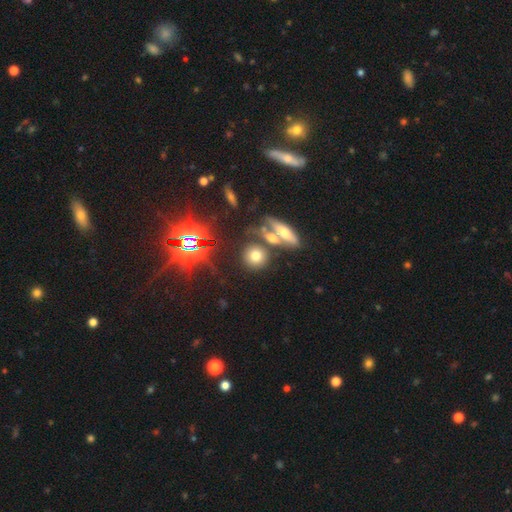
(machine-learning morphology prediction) This appears to be a smooth galaxy with no disk features (67%) that is round (79%). Merging: none (61%).